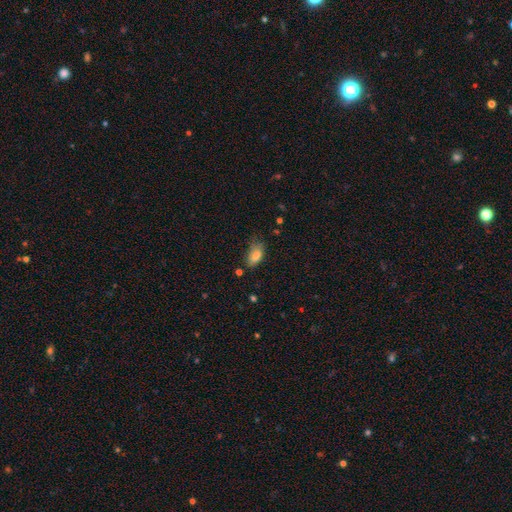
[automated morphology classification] Smooth or featured? smooth (82%)
How rounded? in between (90%)
Merging? none (48%)